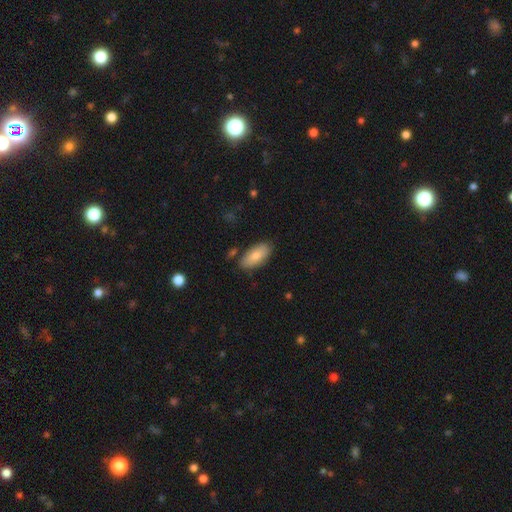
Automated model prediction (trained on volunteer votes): A smooth galaxy with no disk features (81%) that is in between round and cigar-shaped (91%). Merging: none (80%).